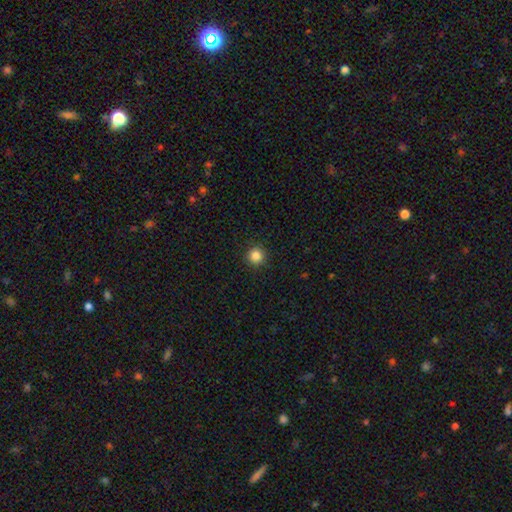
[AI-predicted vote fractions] Smooth or featured? Predicted: smooth (p=0.85). How rounded? Predicted: round (p=0.95). Merging? Predicted: none (p=0.92).